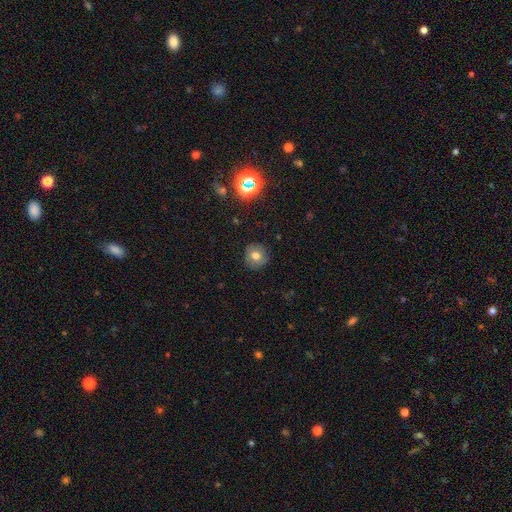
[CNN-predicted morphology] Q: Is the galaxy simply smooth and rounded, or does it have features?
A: smooth — 71%.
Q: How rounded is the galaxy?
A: round — 90%.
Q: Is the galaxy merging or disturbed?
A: none — 87%.